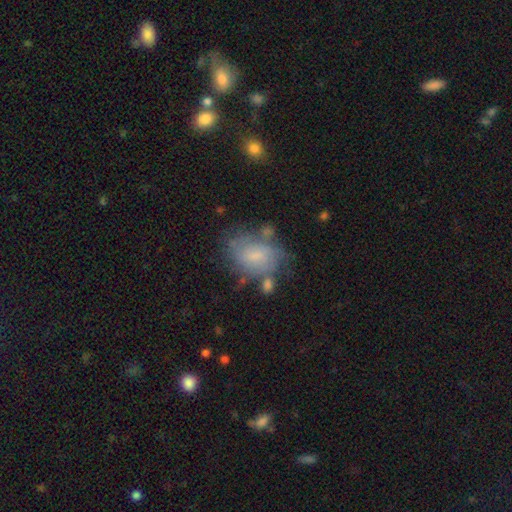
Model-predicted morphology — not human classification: This appears to be a smooth galaxy with no disk features (51%) that is in between round and cigar-shaped (73%). Merging: none (48%).